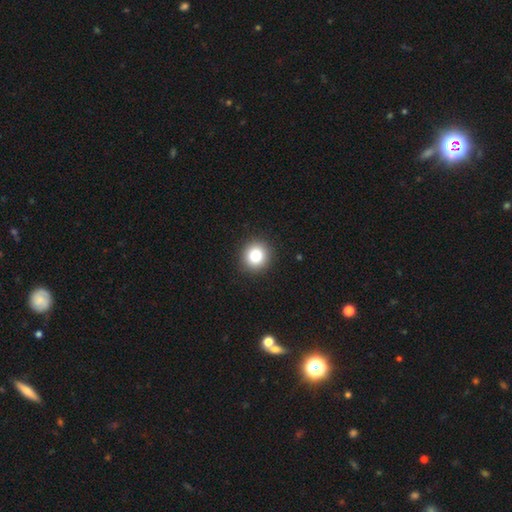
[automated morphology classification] type=smooth (83%); roundness=round (91%); merging=none (92%).